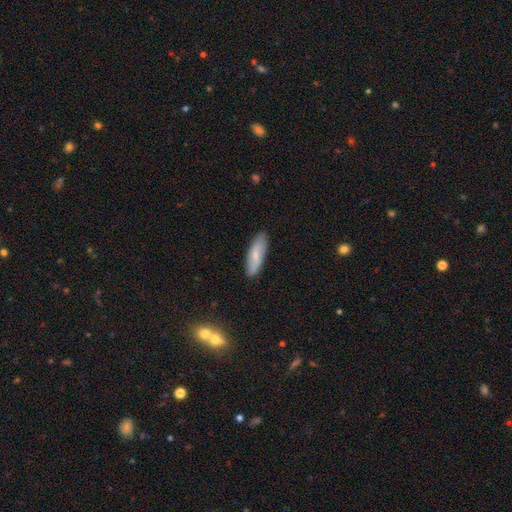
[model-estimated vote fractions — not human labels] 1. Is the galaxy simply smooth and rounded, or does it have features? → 65% smooth, 29% featured or disk, 6% star or artifact.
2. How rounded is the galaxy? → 51% in between, 47% cigar-shaped, 2% round.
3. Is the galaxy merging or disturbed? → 86% none, 11% minor disturbance, 2% major disturbance, 1% merger.